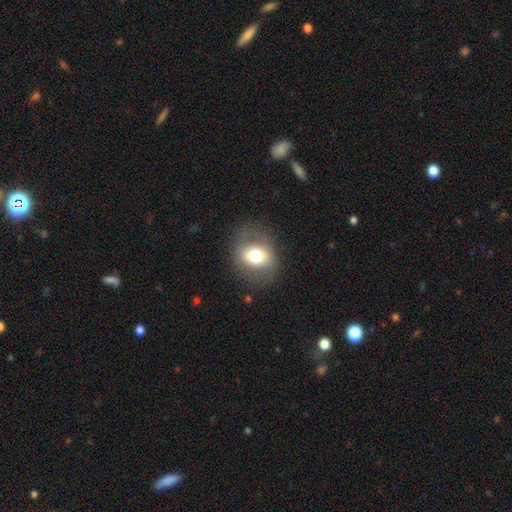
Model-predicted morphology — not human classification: smooth 59%, featured or disk 32%, star or artifact 9%. Down the decision tree: how rounded — in between (51%); merging — none (75%).